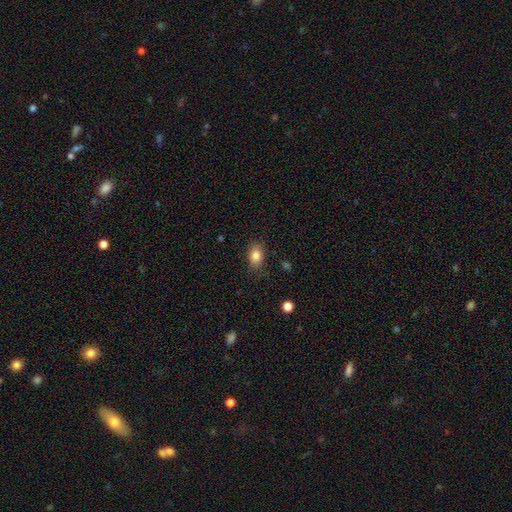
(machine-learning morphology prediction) Q: Smooth or featured?
A: smooth (83%); runner-up: star or artifact (9%)
Q: How rounded?
A: in between (79%); runner-up: round (20%)
Q: Merging?
A: none (83%); runner-up: minor disturbance (12%)